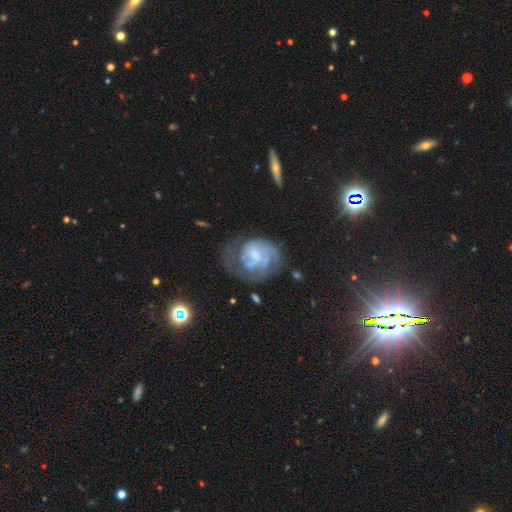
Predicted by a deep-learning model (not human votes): Morphology: type=featured or disk (72%); edge-on=no (98%); bar=no (53%); spiral arms=yes (82%); winding=tight (48%); arm count=can't tell (37%); bulge=small (37%); merging=none (40%).